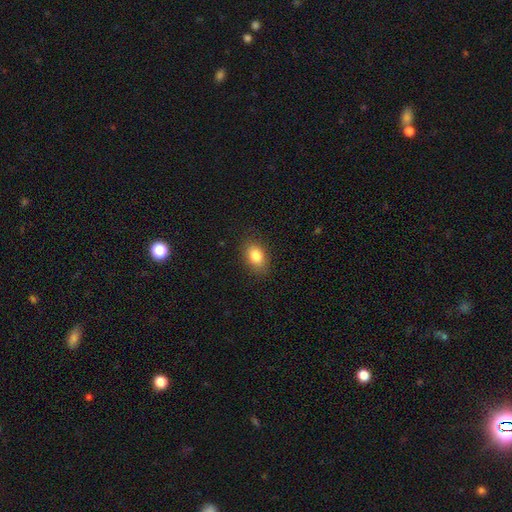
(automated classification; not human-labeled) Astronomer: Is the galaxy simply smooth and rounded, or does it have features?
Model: smooth — 84%.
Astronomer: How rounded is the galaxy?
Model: in between — 83%.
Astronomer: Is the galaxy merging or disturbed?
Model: none — 86%.